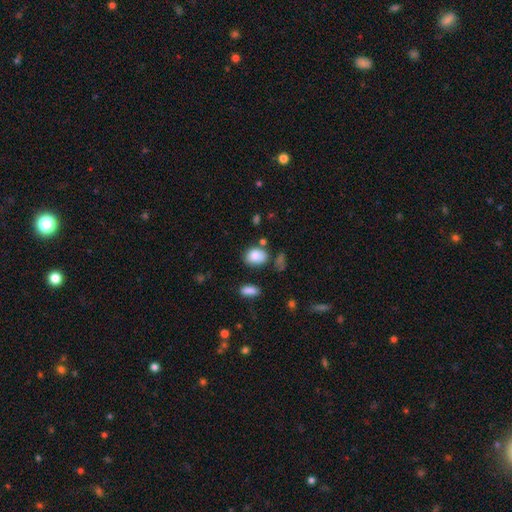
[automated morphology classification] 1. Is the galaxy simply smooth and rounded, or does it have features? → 84% smooth, 9% star or artifact, 8% featured or disk.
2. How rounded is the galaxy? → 65% in between, 33% round, 1% cigar-shaped.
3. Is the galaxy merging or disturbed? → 65% none, 21% minor disturbance, 9% merger, 6% major disturbance.